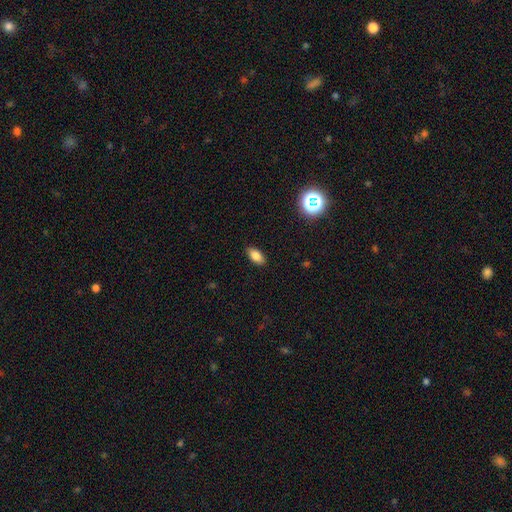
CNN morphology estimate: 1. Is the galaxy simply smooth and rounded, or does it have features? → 82% smooth, 10% star or artifact, 8% featured or disk.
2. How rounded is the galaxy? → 91% in between, 5% cigar-shaped, 4% round.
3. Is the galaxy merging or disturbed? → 89% none, 8% minor disturbance, 2% major disturbance, 1% merger.